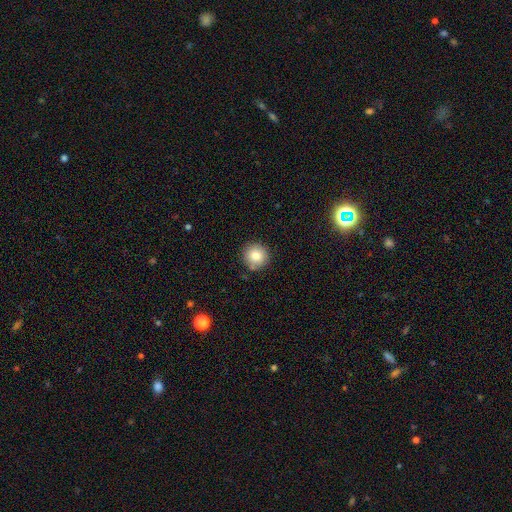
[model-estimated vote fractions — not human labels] This appears to be a smooth galaxy with no disk features (81%) that is round (94%). Merging: none (86%).